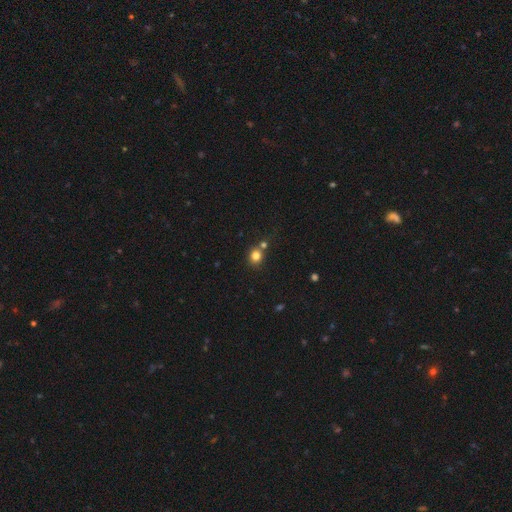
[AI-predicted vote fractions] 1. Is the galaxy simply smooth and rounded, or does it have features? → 80% smooth, 13% star or artifact, 6% featured or disk.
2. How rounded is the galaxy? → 83% round, 16% in between, 1% cigar-shaped.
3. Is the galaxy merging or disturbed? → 67% none, 21% merger, 9% minor disturbance, 3% major disturbance.